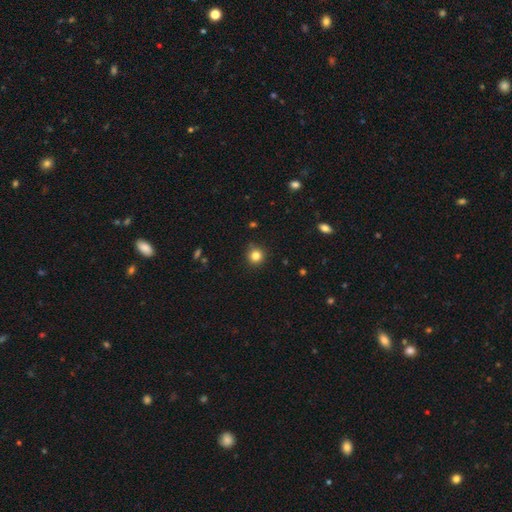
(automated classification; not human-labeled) A smooth galaxy with no disk features (82%) that is round (93%). Merging: none (88%).